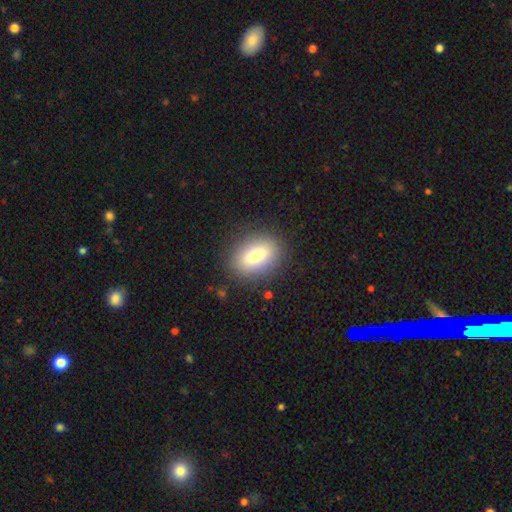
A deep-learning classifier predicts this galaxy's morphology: Smooth or featured? Predicted: smooth (p=0.80). How rounded? Predicted: in between (p=0.81). Merging? Predicted: none (p=0.87).